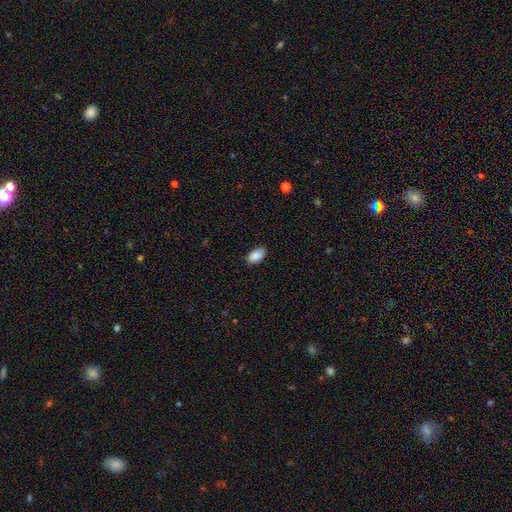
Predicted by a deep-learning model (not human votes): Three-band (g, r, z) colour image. It shows a smooth galaxy with no disk features (88%) that is in between round and cigar-shaped (94%). Merging: none (86%).